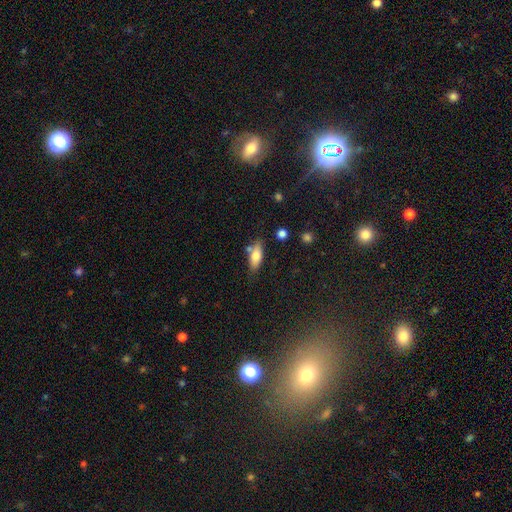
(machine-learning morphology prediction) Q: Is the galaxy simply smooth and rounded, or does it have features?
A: smooth — 73%.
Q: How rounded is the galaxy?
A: in between — 73%.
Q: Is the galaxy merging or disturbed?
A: none — 68%.